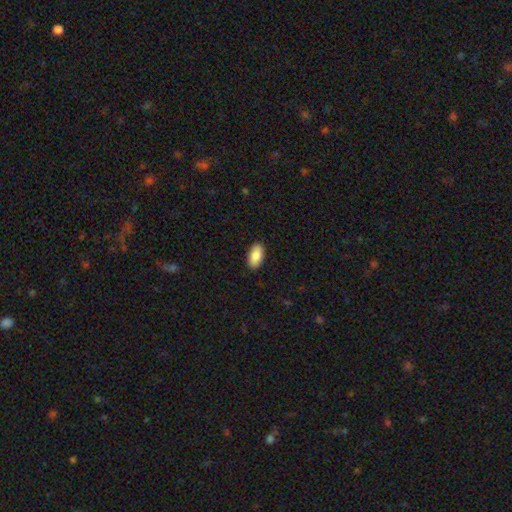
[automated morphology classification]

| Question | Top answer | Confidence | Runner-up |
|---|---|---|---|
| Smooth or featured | smooth | 87% | star or artifact (6%) |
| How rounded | in between | 94% | cigar-shaped (4%) |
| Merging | none | 90% | minor disturbance (8%) |